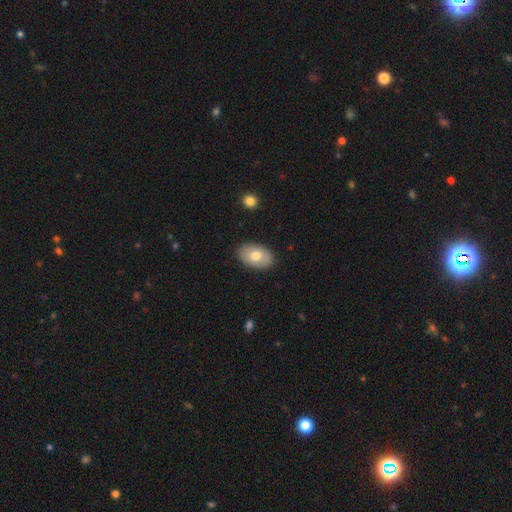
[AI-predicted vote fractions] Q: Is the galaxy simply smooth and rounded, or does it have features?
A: smooth — 71%.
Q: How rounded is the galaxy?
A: in between — 89%.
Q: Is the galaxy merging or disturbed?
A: none — 87%.